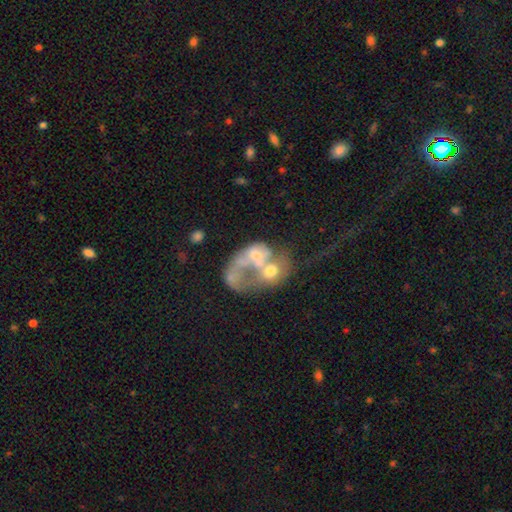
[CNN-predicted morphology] smooth_or_featured: featured or disk (p=0.55) [alt: smooth p=0.33]
disk_edge_on: no (p=0.98) [alt: yes p=0.02]
bar: no (p=0.86) [alt: weak p=0.11]
has_spiral_arms: no (p=0.84) [alt: yes p=0.16]
bulge_size: moderate (p=0.38) [alt: none p=0.33]
merging: merger (p=0.61) [alt: major disturbance p=0.24]